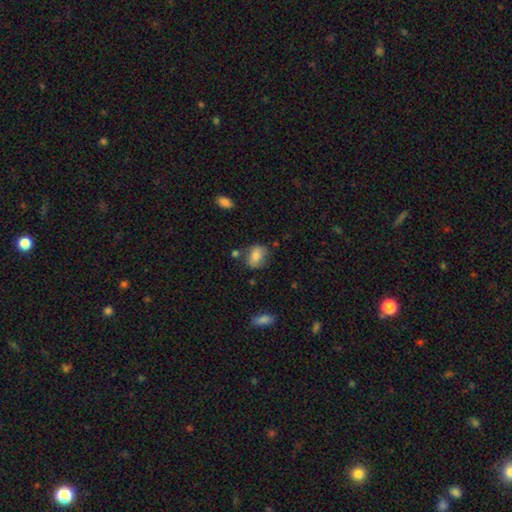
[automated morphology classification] Overall: smooth (77%). How rounded: in between (68%; round 30%). Merging: none (69%).